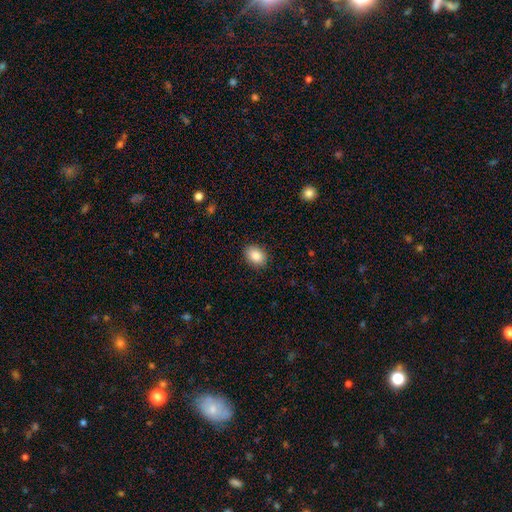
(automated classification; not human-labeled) Smooth or featured?
  - smooth: 86% *
  - star or artifact: 8%
  - featured or disk: 6%
How rounded?
  - in between: 72% *
  - round: 27%
  - cigar-shaped: 1%
Merging?
  - none: 88% *
  - minor disturbance: 8%
  - major disturbance: 2%
  - merger: 1%